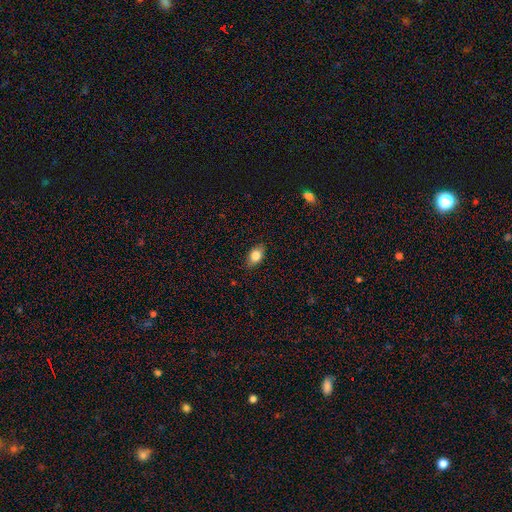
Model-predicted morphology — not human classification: Smooth or featured? smooth (81%)
How rounded? in between (83%)
Merging? none (85%)